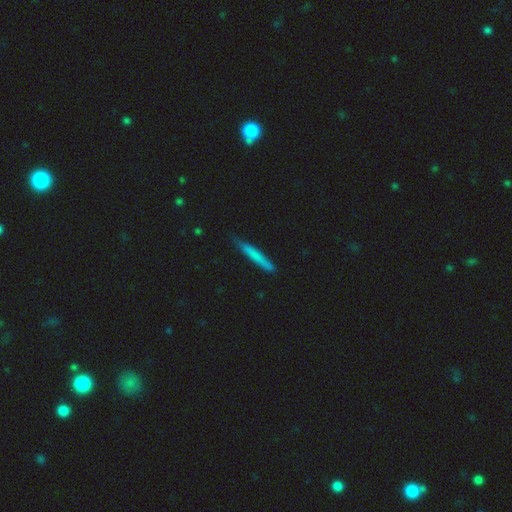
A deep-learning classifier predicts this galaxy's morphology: smooth 71%, featured or disk 22%, star or artifact 6%. Down the decision tree: how rounded — cigar-shaped (96%); merging — none (81%).